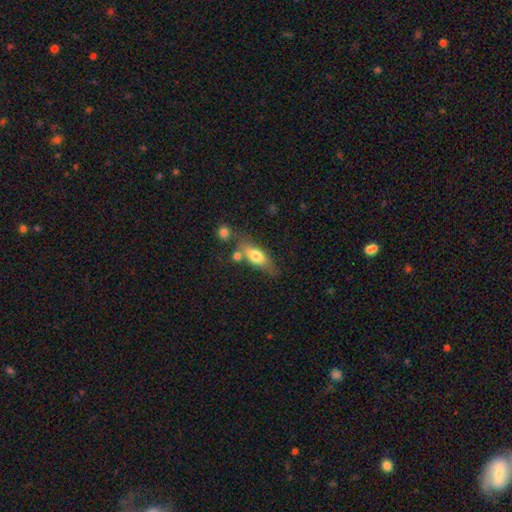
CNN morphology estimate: This appears to be a smooth galaxy with no disk features (68%) that is in between round and cigar-shaped (69%). Merging: none (59%).